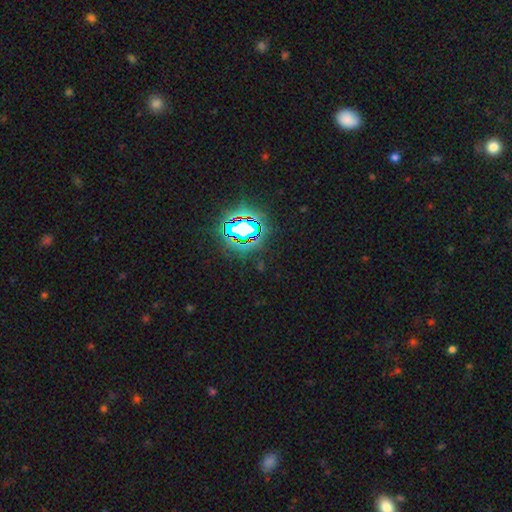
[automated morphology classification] This is likely a star or artifact rather than a galaxy (79%).